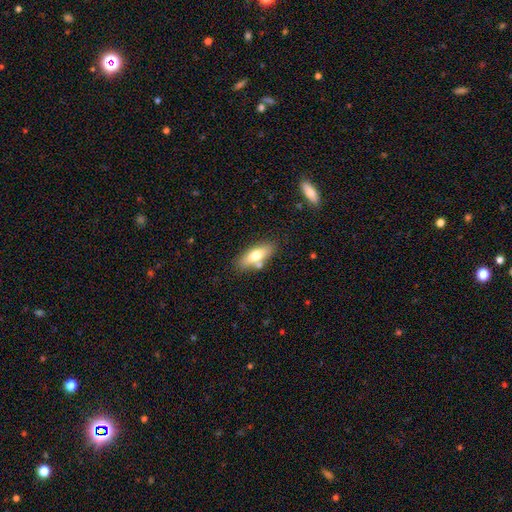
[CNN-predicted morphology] Q: Smooth or featured?
A: smooth (66%); runner-up: featured or disk (27%)
Q: How rounded?
A: in between (70%); runner-up: cigar-shaped (27%)
Q: Merging?
A: none (74%); runner-up: minor disturbance (13%)